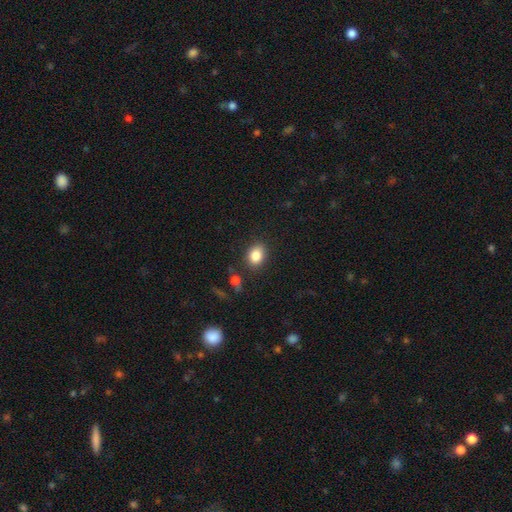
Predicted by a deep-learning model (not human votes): Smooth or featured? smooth (84%)
How rounded? in between (66%)
Merging? none (82%)